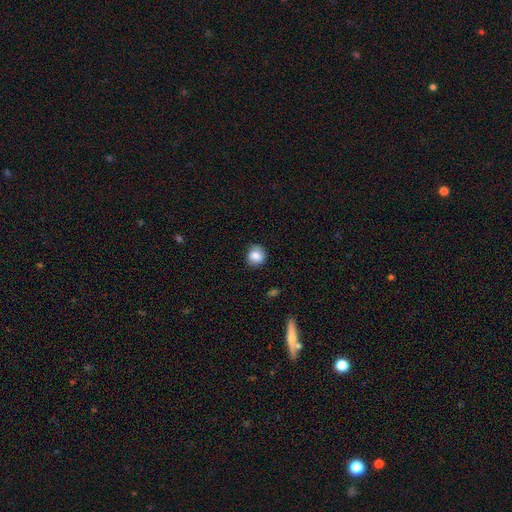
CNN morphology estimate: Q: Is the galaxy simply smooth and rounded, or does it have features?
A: smooth — 84%.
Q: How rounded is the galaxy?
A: round — 86%.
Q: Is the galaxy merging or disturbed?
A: none — 85%.